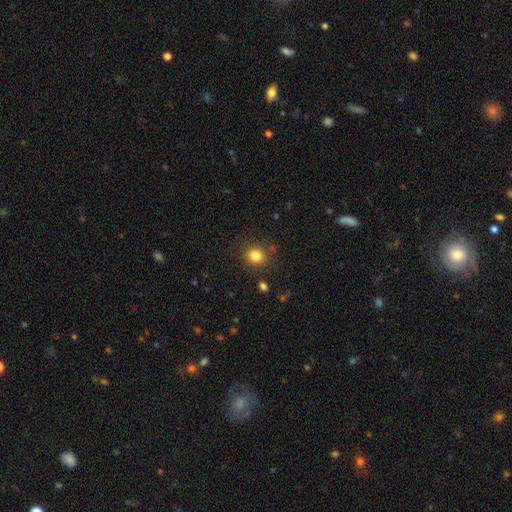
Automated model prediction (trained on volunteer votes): Smooth or featured? Predicted: smooth (p=0.82). How rounded? Predicted: round (p=0.82). Merging? Predicted: none (p=0.85).